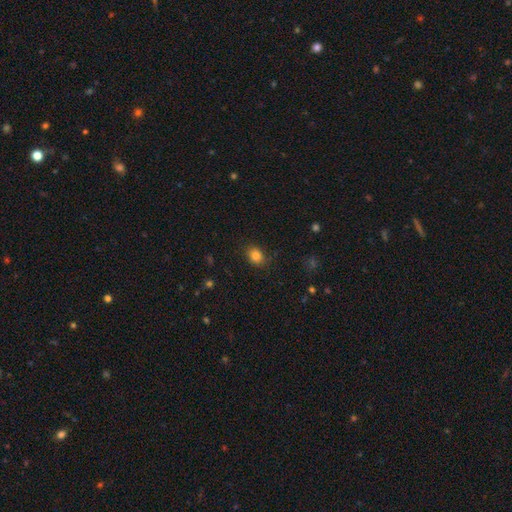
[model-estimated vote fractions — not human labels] smooth_or_featured: smooth (p=0.84) [alt: star or artifact p=0.11]
how_rounded: round (p=0.51) [alt: in between p=0.48]
merging: none (p=0.84) [alt: minor disturbance p=0.12]